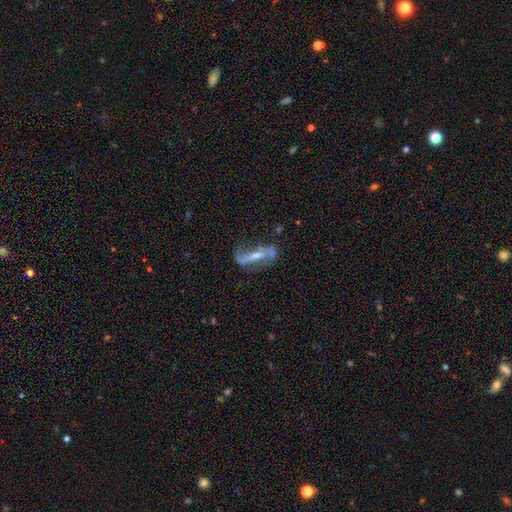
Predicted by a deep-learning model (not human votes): Smooth or featured? Predicted: featured or disk (p=0.81). Edge-on disk? Predicted: no (p=0.81). Bar? Predicted: strong (p=0.51). Spiral arms? Predicted: yes (p=0.88). Spiral winding? Predicted: loose (p=0.73). Spiral arm count? Predicted: 2 (p=0.86). Bulge size? Predicted: small (p=0.46). Merging? Predicted: none (p=0.57).